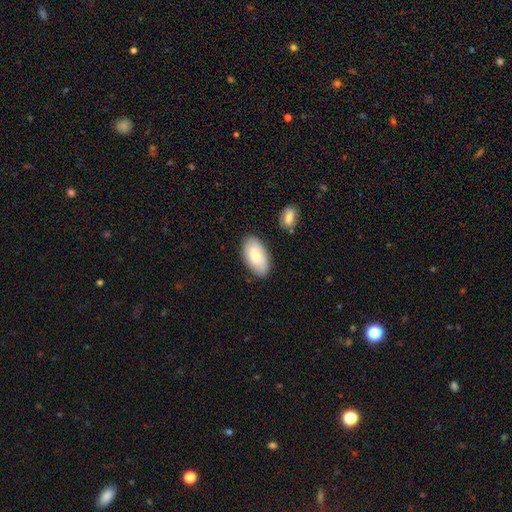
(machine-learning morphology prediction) smooth_or_featured: smooth (p=0.80) [alt: featured or disk p=0.14]
how_rounded: in between (p=0.95) [alt: round p=0.03]
merging: none (p=0.81) [alt: minor disturbance p=0.13]